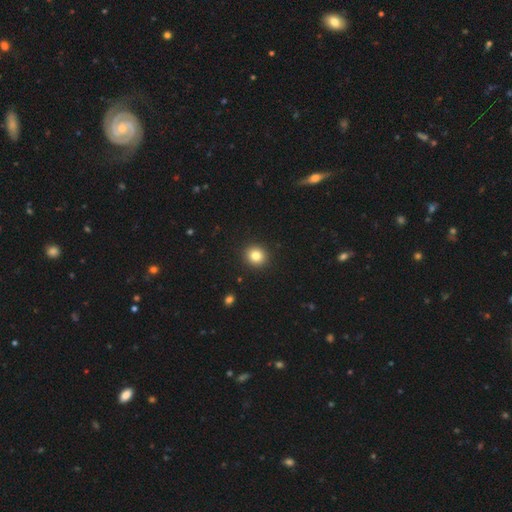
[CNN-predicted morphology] Smooth or featured? smooth (83%)
How rounded? round (89%)
Merging? none (93%)